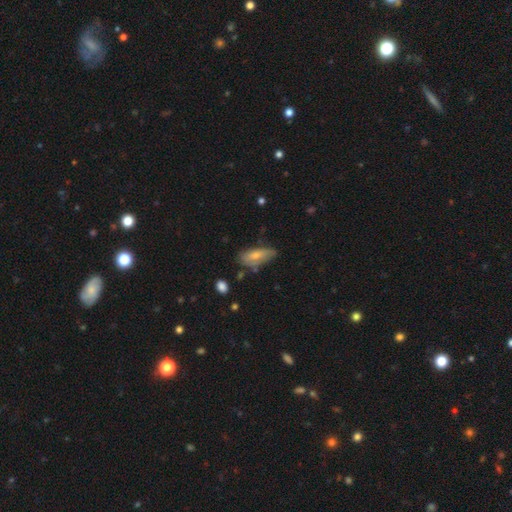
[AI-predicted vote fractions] smooth-or-featured: smooth: 69% | featured or disk: 25% | star or artifact: 6%
  how-rounded: in between: 79% | cigar-shaped: 19% | round: 3%
  merging: none: 56% | minor disturbance: 32% | major disturbance: 8% | merger: 5%